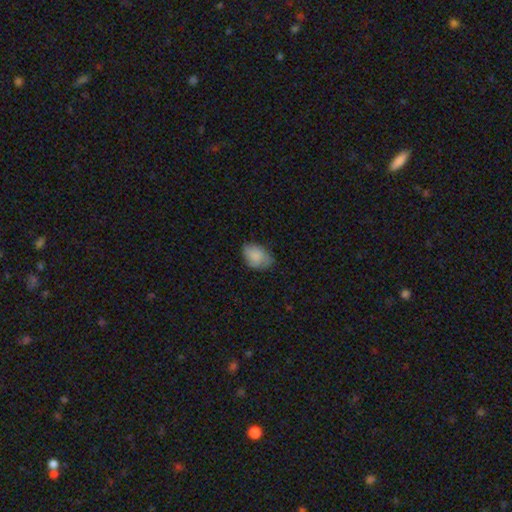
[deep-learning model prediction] Smooth or featured: smooth — 82% (featured or disk — 11%)
How rounded: in between — 82% (round — 17%)
Merging: none — 60% (minor disturbance — 32%)